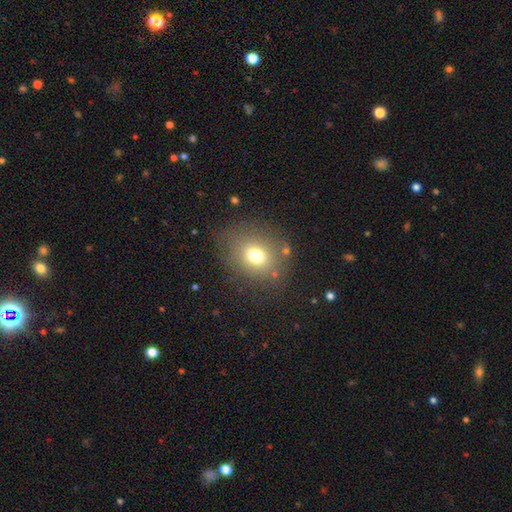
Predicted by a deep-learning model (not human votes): A smooth galaxy with no disk features (72%) that is round (61%).

Vote fractions:
- Smooth or featured? smooth: 72% / star or artifact: 15% / featured or disk: 13%
- How rounded? round: 61% / in between: 38% / cigar-shaped: 1%
- Merging? none: 79% / minor disturbance: 12% / major disturbance: 6% / merger: 3%